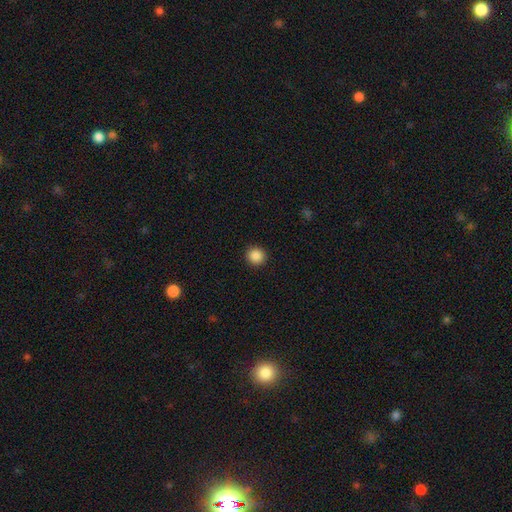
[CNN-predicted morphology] Overall: smooth (87%). How rounded: round (93%). Merging: none (93%).